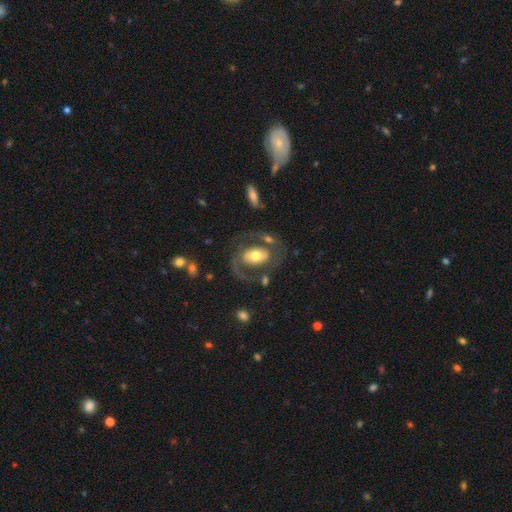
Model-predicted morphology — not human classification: Overall: featured or disk (72%). Edge-on disk: no (96%). Bar: no (43%; weak 34%). Spiral arms: yes (80%). Spiral arm count: 2 (80%). Spiral winding: medium (49%; tight 28%). Bulge size: moderate (62%). Merging: none (62%).